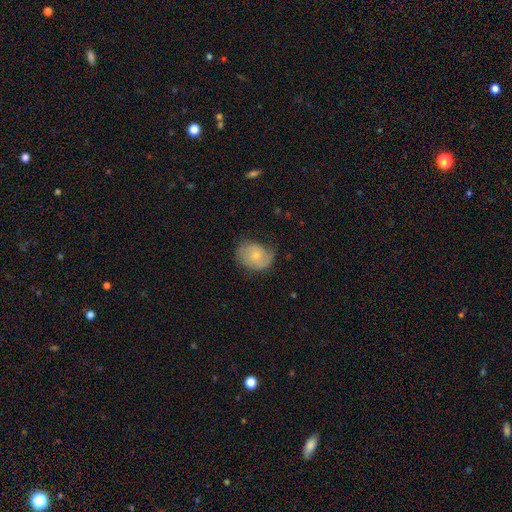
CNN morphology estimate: smooth-or-featured: smooth: 49% | featured or disk: 44% | star or artifact: 7%
  merging: none: 56% | minor disturbance: 30% | major disturbance: 12% | merger: 1%